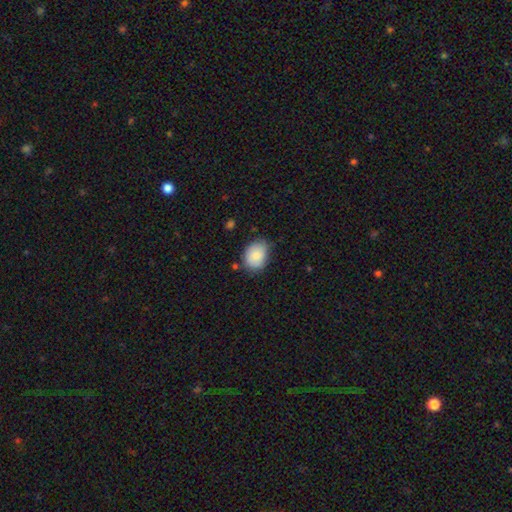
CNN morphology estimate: Smooth or featured: smooth — 86% (featured or disk — 7%)
How rounded: in between — 61% (round — 38%)
Merging: none — 67% (minor disturbance — 26%)